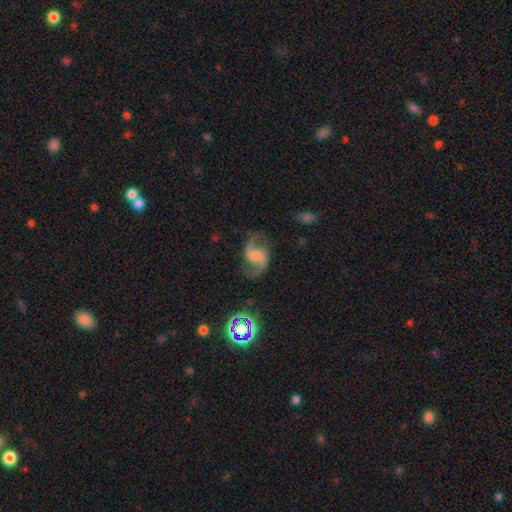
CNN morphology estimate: A featured or disk galaxy (87%) with a weak bar (47%), 2 (93%) loose (54%) spiral arms (97%) and no central bulge (50%). Merging: none (75%).